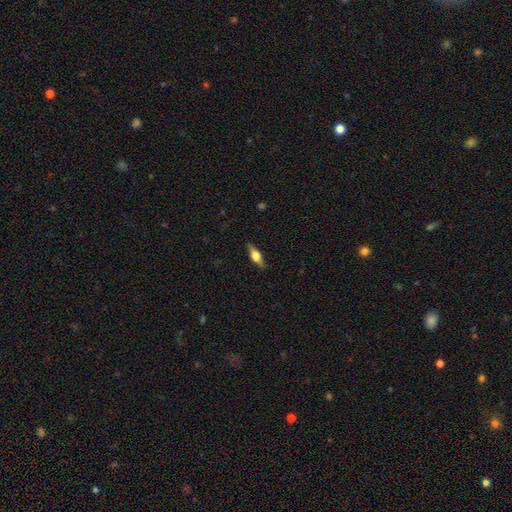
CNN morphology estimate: Smooth or featured? smooth (50%)
Merging? none (85%)